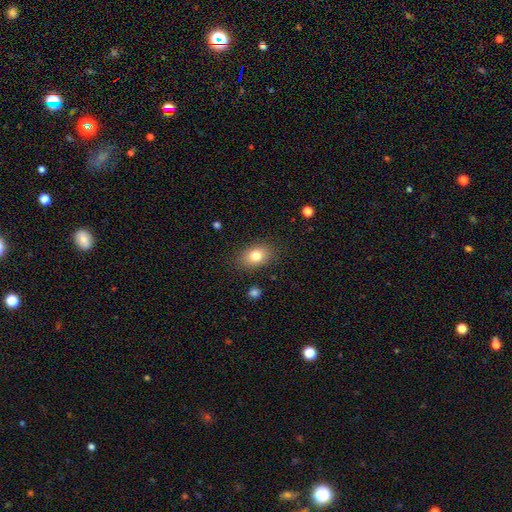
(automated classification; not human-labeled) Morphology: type=smooth (80%); roundness=in between (80%); merging=none (85%).